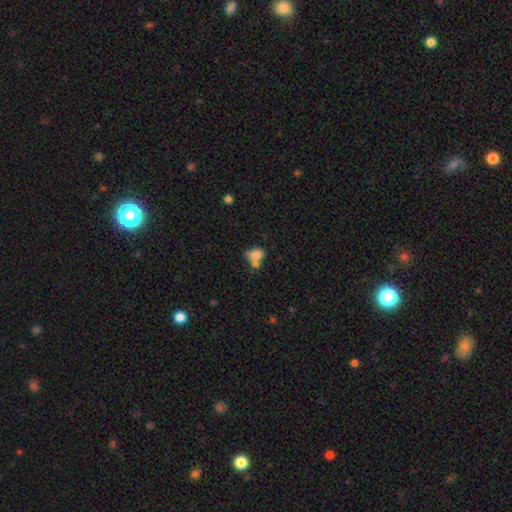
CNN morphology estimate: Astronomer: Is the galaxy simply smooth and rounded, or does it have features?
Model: smooth — 75%.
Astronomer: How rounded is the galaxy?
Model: in between — 74%.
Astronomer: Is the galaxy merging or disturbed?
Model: merger — 52%.